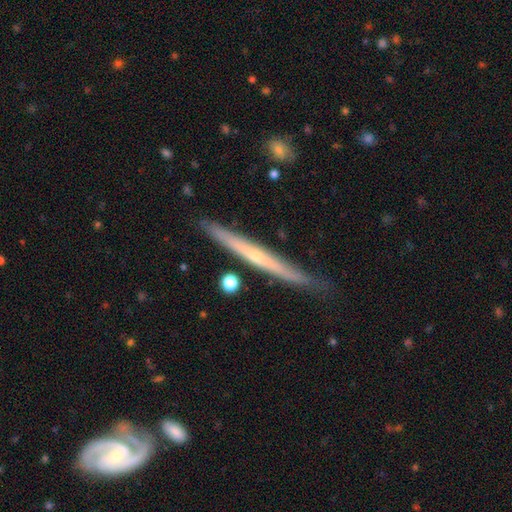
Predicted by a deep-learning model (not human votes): A featured or disk galaxy (65%) viewed edge-on (96%) with no central bulge (53%). Merging: none (83%).